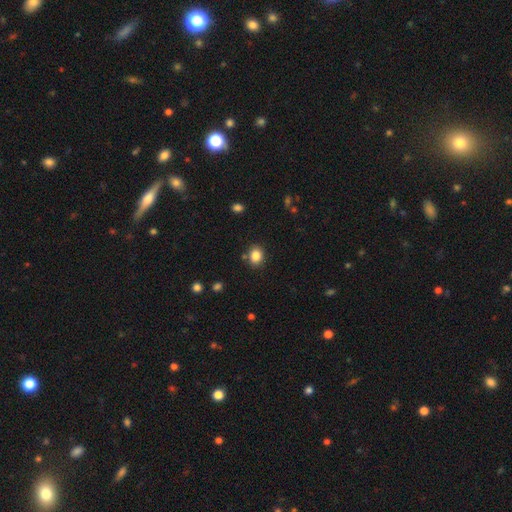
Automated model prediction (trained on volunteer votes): A smooth galaxy with no disk features (84%) that is round (56%).

Vote fractions:
- Smooth or featured? smooth: 84% / star or artifact: 10% / featured or disk: 5%
- How rounded? round: 56% / in between: 43% / cigar-shaped: 1%
- Merging? none: 83% / minor disturbance: 10% / merger: 4% / major disturbance: 3%